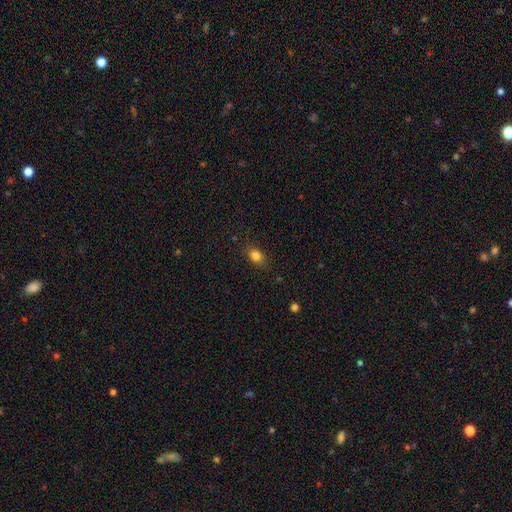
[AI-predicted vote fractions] Smooth or featured? Predicted: smooth (p=0.83). How rounded? Predicted: in between (p=0.69). Merging? Predicted: none (p=0.84).